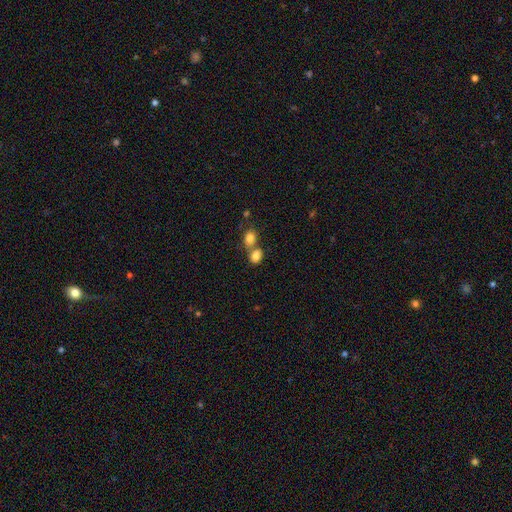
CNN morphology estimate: Smooth or featured? smooth (82%)
How rounded? in between (65%)
Merging? merger (52%)